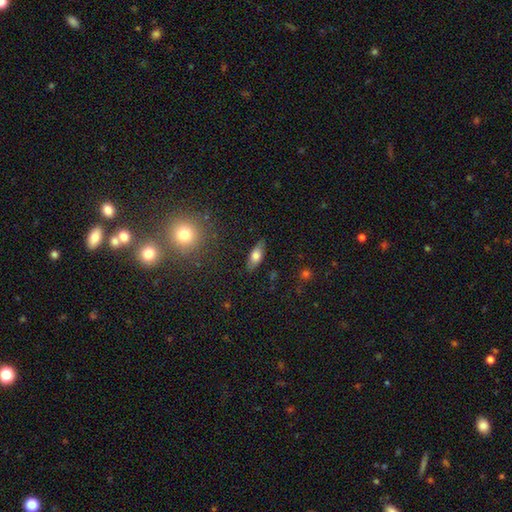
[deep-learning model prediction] smooth 69%, featured or disk 24%, star or artifact 7%. Down the decision tree: how rounded — in between (77%); merging — none (84%).